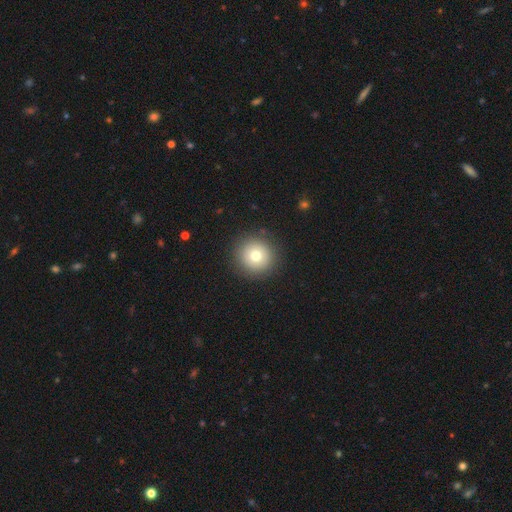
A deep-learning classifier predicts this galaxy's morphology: A smooth galaxy with no disk features (76%) that is round (95%).

Vote fractions:
- Smooth or featured? smooth: 76% / featured or disk: 13% / star or artifact: 12%
- How rounded? round: 95% / in between: 4% / cigar-shaped: 1%
- Merging? none: 90% / minor disturbance: 6% / major disturbance: 2% / merger: 1%